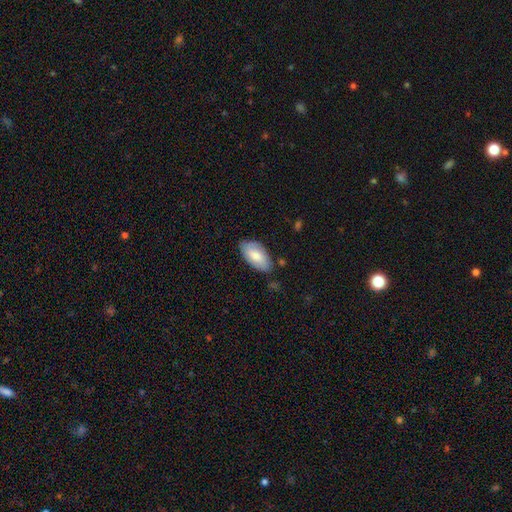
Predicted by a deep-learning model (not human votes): Smooth or featured?
  - smooth: 76% *
  - featured or disk: 18%
  - star or artifact: 6%
How rounded?
  - in between: 94% *
  - cigar-shaped: 4%
  - round: 2%
Merging?
  - none: 76% *
  - minor disturbance: 18%
  - major disturbance: 4%
  - merger: 2%